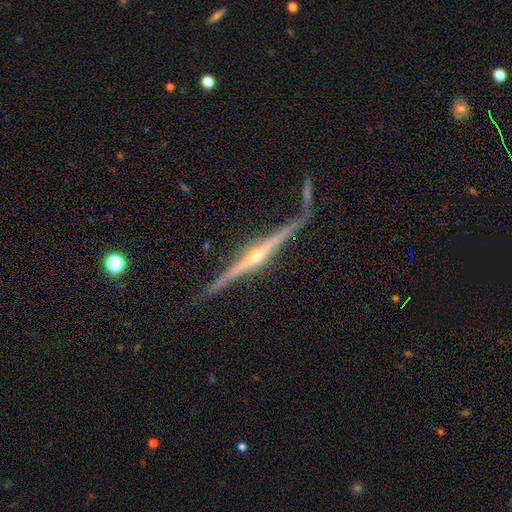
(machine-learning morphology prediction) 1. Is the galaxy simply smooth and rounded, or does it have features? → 89% featured or disk, 5% star or artifact, 5% smooth.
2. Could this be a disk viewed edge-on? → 98% yes, 2% no.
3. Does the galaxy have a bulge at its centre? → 88% rounded, 8% none, 4% boxy.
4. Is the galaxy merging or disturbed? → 72% none, 17% minor disturbance, 6% merger, 5% major disturbance.